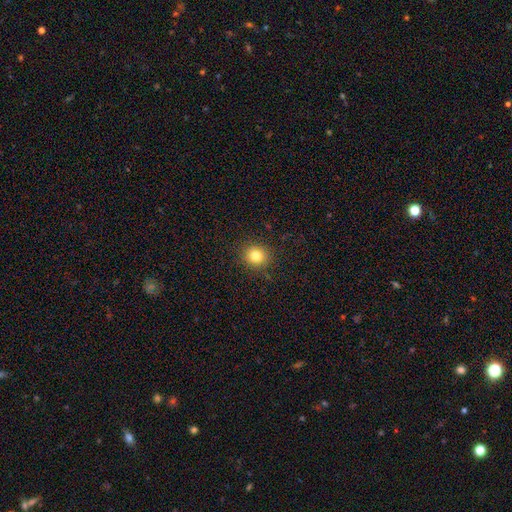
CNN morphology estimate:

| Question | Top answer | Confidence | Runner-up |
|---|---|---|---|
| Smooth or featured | smooth | 81% | star or artifact (12%) |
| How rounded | round | 85% | in between (14%) |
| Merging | none | 90% | minor disturbance (7%) |